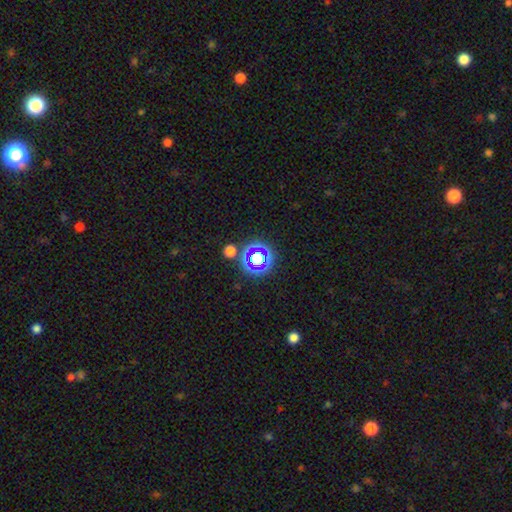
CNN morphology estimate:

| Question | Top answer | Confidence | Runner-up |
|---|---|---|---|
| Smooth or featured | star or artifact | 52% | smooth (35%) |